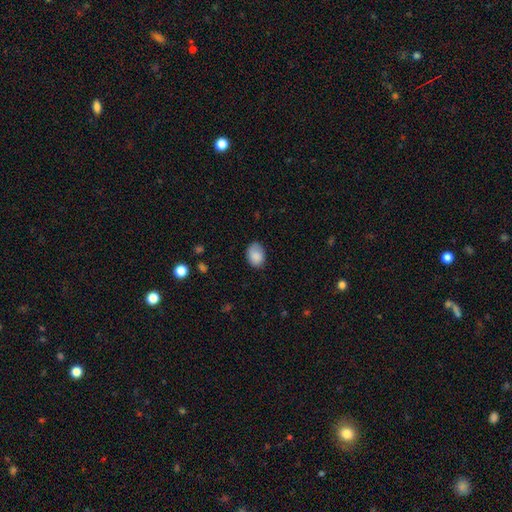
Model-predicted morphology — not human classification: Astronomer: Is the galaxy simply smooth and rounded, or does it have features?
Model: smooth — 87%.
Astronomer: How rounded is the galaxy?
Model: in between — 75%.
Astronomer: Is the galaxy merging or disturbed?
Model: none — 73%.